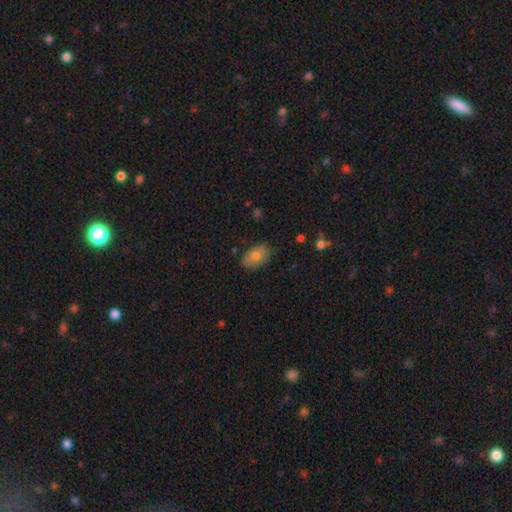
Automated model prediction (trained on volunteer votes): smooth-or-featured: smooth: 77% | featured or disk: 15% | star or artifact: 8%
  how-rounded: in between: 84% | round: 14% | cigar-shaped: 1%
  merging: none: 83% | minor disturbance: 13% | major disturbance: 3% | merger: 1%